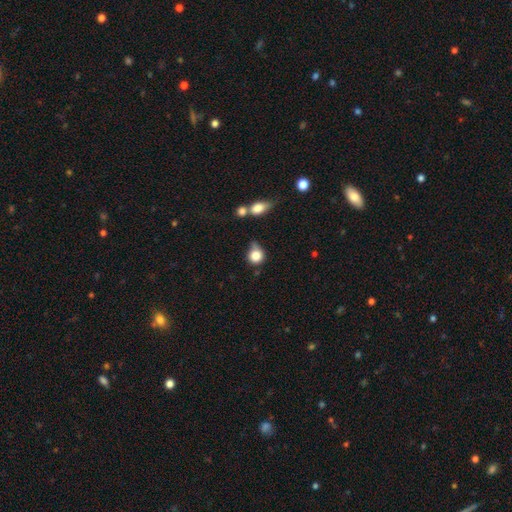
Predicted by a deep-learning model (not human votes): smooth_or_featured: smooth (p=0.83) [alt: star or artifact p=0.10]
how_rounded: round (p=0.81) [alt: in between p=0.18]
merging: none (p=0.43) [alt: minor disturbance p=0.30]